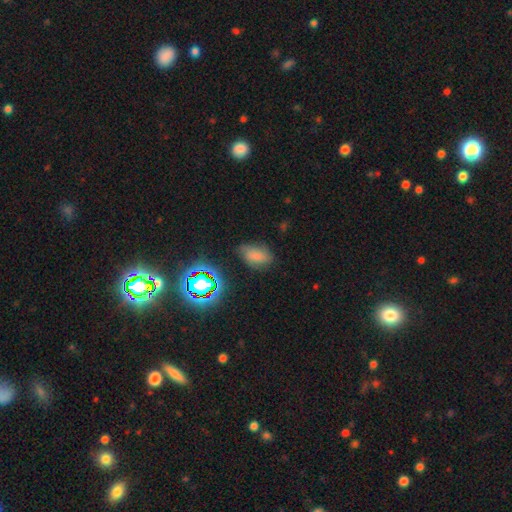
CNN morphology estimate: A smooth galaxy with no disk features (66%) that is in between round and cigar-shaped (89%).

Vote fractions:
- Smooth or featured? smooth: 66% / star or artifact: 20% / featured or disk: 14%
- How rounded? in between: 89% / round: 8% / cigar-shaped: 3%
- Merging? none: 65% / minor disturbance: 24% / major disturbance: 8% / merger: 3%